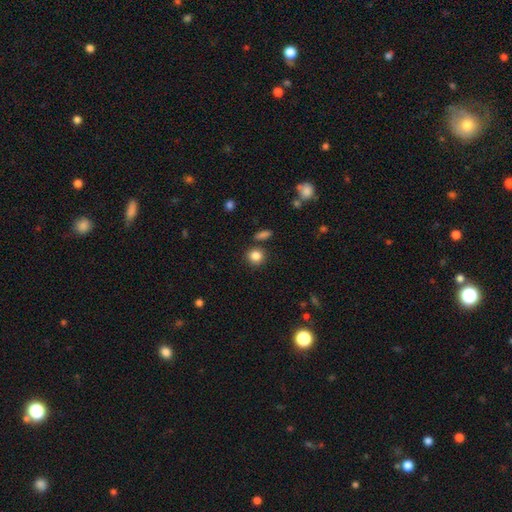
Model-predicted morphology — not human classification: smooth_or_featured: smooth (p=0.85) [alt: star or artifact p=0.10]
how_rounded: round (p=0.85) [alt: in between p=0.14]
merging: none (p=0.82) [alt: minor disturbance p=0.09]